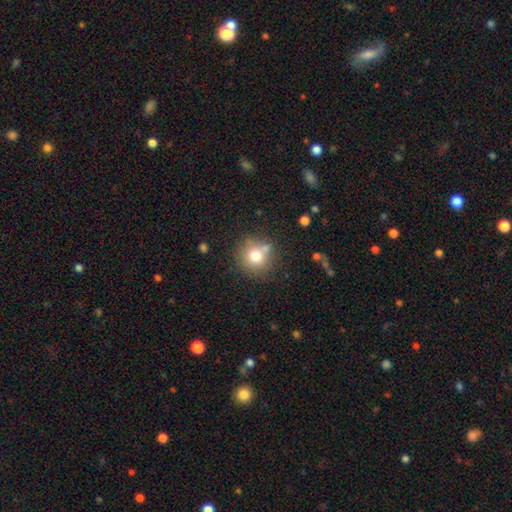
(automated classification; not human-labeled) This appears to be a smooth galaxy with no disk features (75%) that is round (90%). Merging: none (70%).